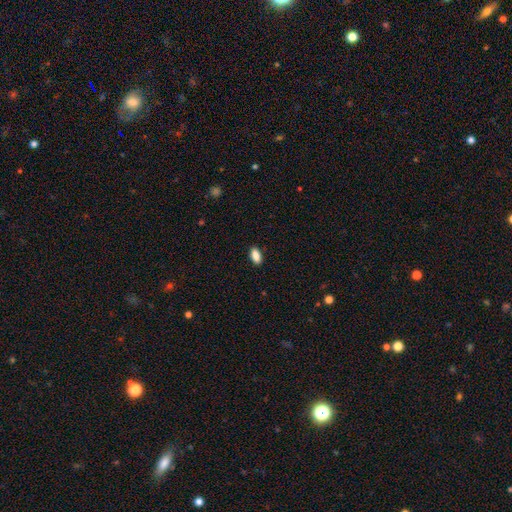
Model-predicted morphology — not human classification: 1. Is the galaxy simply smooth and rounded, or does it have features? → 89% smooth, 7% star or artifact, 4% featured or disk.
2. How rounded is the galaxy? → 89% in between, 9% cigar-shaped, 3% round.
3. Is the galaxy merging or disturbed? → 89% none, 8% minor disturbance, 2% major disturbance, 1% merger.